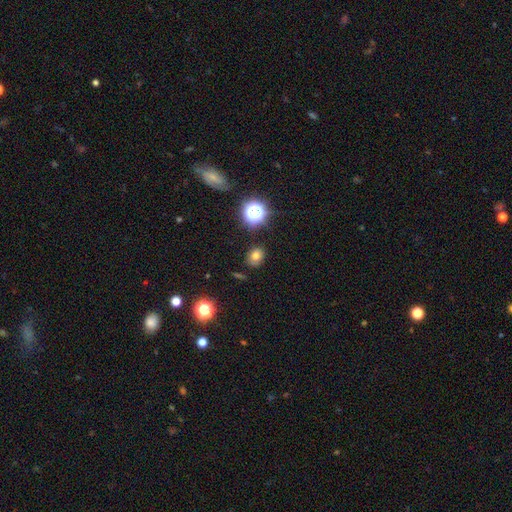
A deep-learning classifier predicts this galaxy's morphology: Smooth or featured? Predicted: smooth (p=0.71). How rounded? Predicted: round (p=0.56). Merging? Predicted: none (p=0.80).